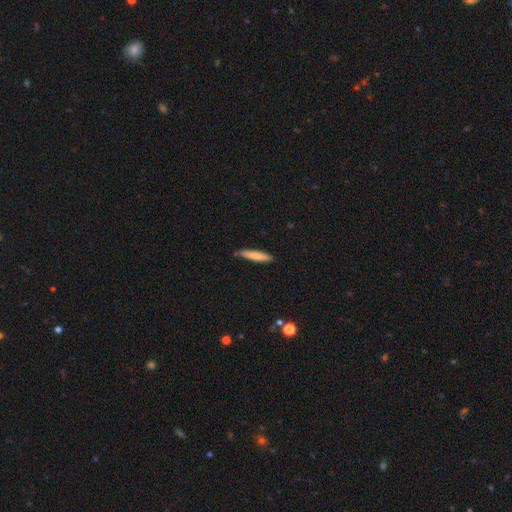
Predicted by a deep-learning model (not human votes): smooth-or-featured: smooth: 77% | featured or disk: 18% | star or artifact: 6%
  how-rounded: cigar-shaped: 90% | in between: 9% | round: 1%
  merging: none: 84% | minor disturbance: 12% | merger: 2% | major disturbance: 2%